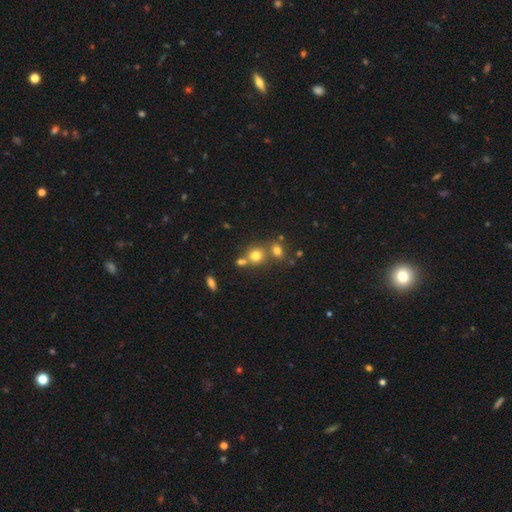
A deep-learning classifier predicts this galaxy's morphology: A smooth galaxy with no disk features (74%) that is round (82%).

Vote fractions:
- Smooth or featured? smooth: 74% / star or artifact: 16% / featured or disk: 10%
- How rounded? round: 82% / in between: 16% / cigar-shaped: 1%
- Merging? none: 54% / merger: 33% / minor disturbance: 9% / major disturbance: 4%